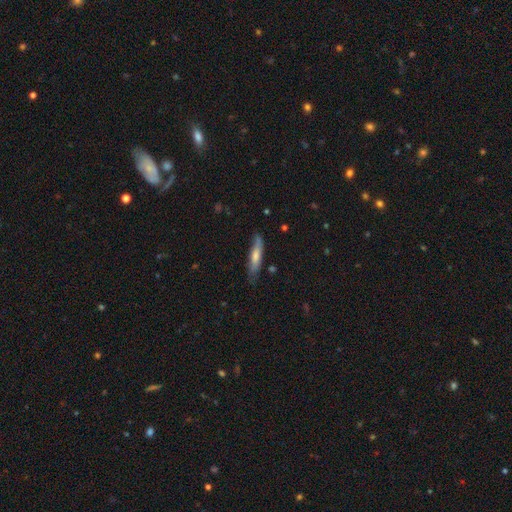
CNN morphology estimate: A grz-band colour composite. It shows a smooth galaxy with no disk features (63%) that is cigar-shaped (78%). Merging: none (69%).